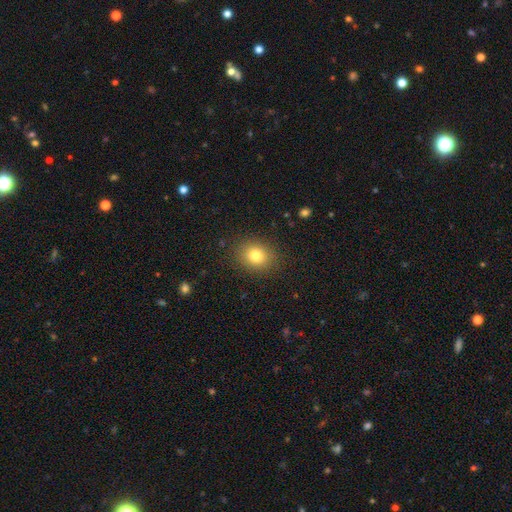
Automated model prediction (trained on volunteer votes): Smooth or featured: smooth — 80% (star or artifact — 12%)
How rounded: round — 62% (in between — 37%)
Merging: none — 88% (minor disturbance — 8%)